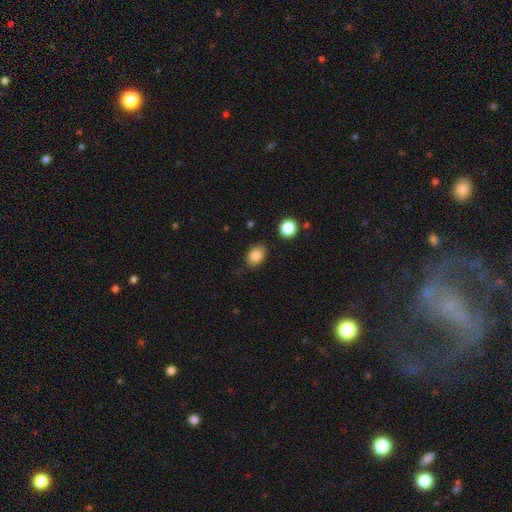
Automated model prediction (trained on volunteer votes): This appears to be a smooth galaxy with no disk features (84%) that is in between round and cigar-shaped (70%). Merging: none (84%).